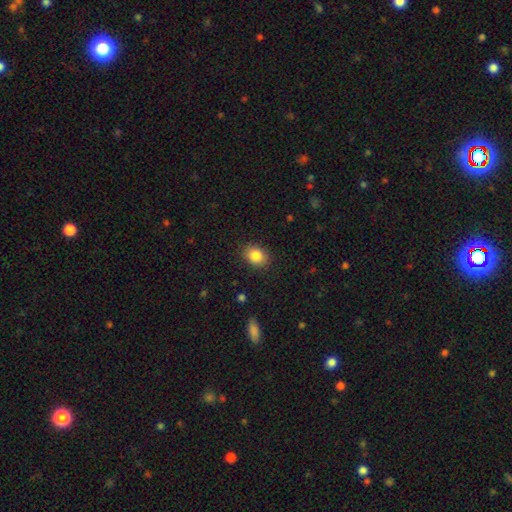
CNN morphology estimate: smooth_or_featured: smooth (p=0.87) [alt: star or artifact p=0.09]
how_rounded: in between (p=0.60) [alt: round p=0.39]
merging: none (p=0.87) [alt: minor disturbance p=0.09]